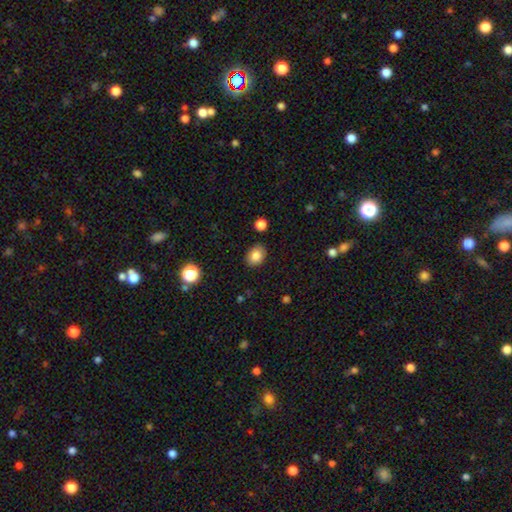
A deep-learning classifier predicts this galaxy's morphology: Smooth or featured?
  - smooth: 84% *
  - star or artifact: 9%
  - featured or disk: 6%
How rounded?
  - in between: 63% *
  - round: 36%
  - cigar-shaped: 1%
Merging?
  - none: 85% *
  - minor disturbance: 11%
  - major disturbance: 2%
  - merger: 2%